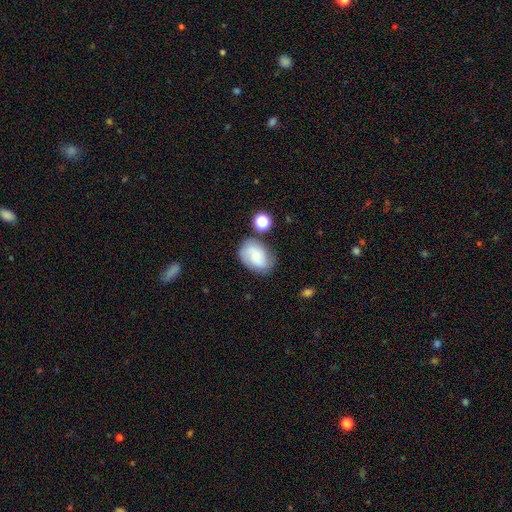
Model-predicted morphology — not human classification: A smooth galaxy with no disk features (58%) that is in between round and cigar-shaped (80%).

Vote fractions:
- Smooth or featured? smooth: 58% / featured or disk: 32% / star or artifact: 10%
- How rounded? in between: 80% / round: 19% / cigar-shaped: 1%
- Merging? none: 63% / minor disturbance: 21% / merger: 8% / major disturbance: 7%